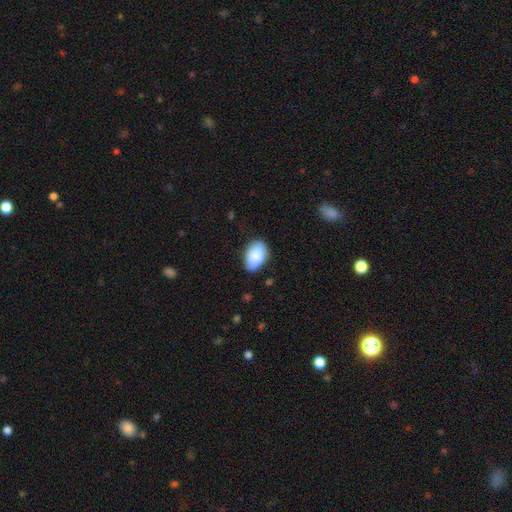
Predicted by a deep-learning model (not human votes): Smooth or featured? Predicted: smooth (p=0.86). How rounded? Predicted: in between (p=0.90). Merging? Predicted: none (p=0.80).